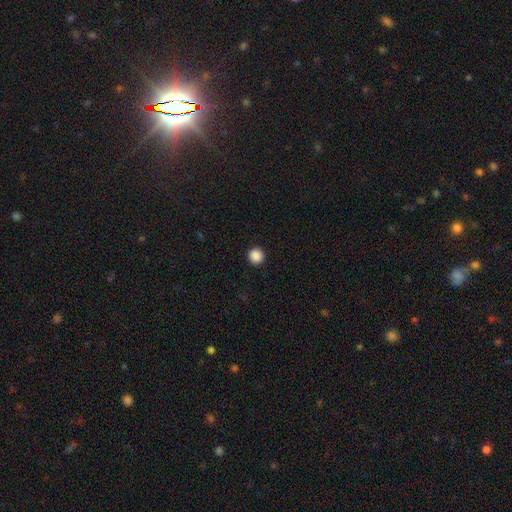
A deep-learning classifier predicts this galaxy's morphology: Smooth or featured: smooth — 88% (star or artifact — 9%)
How rounded: round — 95% (in between — 4%)
Merging: none — 93% (minor disturbance — 4%)